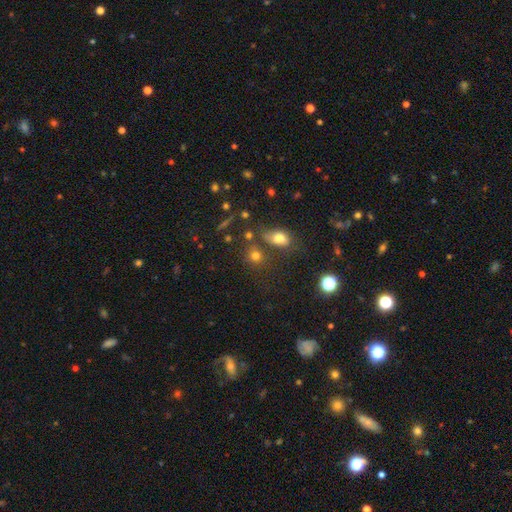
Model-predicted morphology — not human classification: smooth 72%, star or artifact 19%, featured or disk 9%. Down the decision tree: how rounded — round (74%); merging — none (65%).